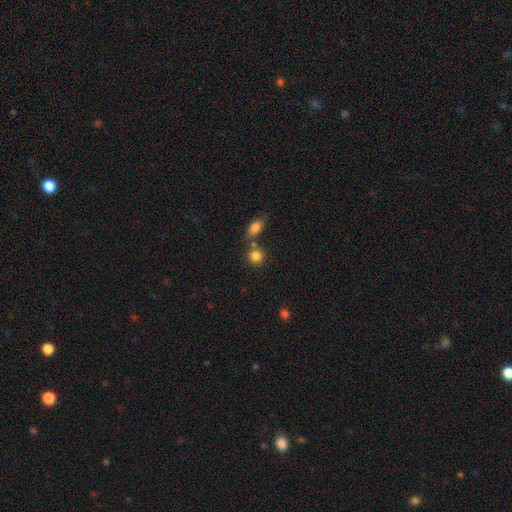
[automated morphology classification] smooth_or_featured: smooth (p=0.83) [alt: star or artifact p=0.10]
how_rounded: round (p=0.80) [alt: in between p=0.19]
merging: none (p=0.62) [alt: merger p=0.24]